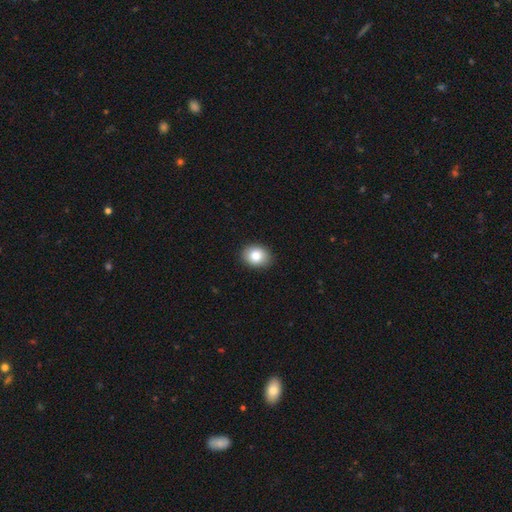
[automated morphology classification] This is clearly a smooth galaxy (85%). How rounded: possibly in between (52%). Merging: clearly none (89%).